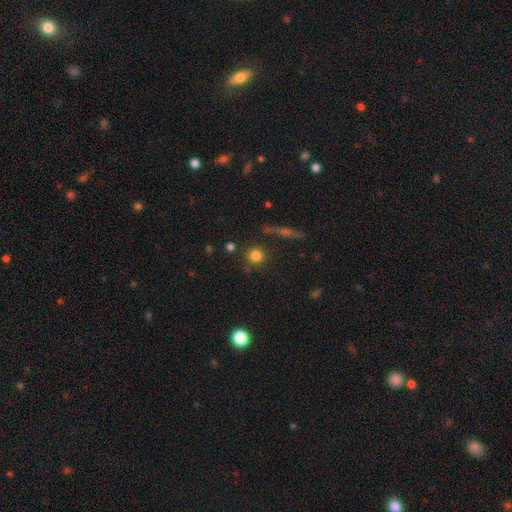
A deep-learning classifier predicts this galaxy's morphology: This is likely a smooth galaxy (80%). How rounded: clearly round (92%). Merging: clearly none (83%).